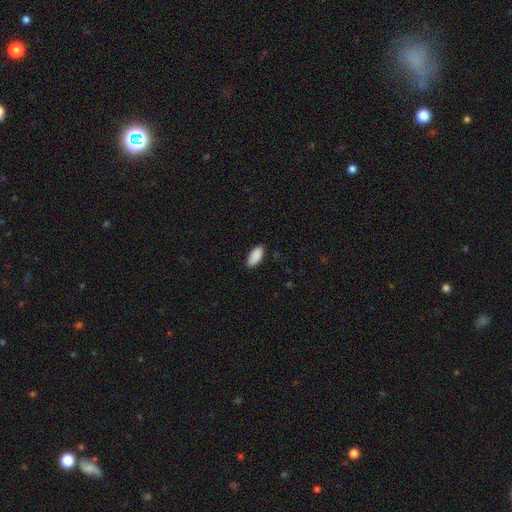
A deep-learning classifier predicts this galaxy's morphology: Overall: smooth (90%). How rounded: in between (90%). Merging: none (84%).